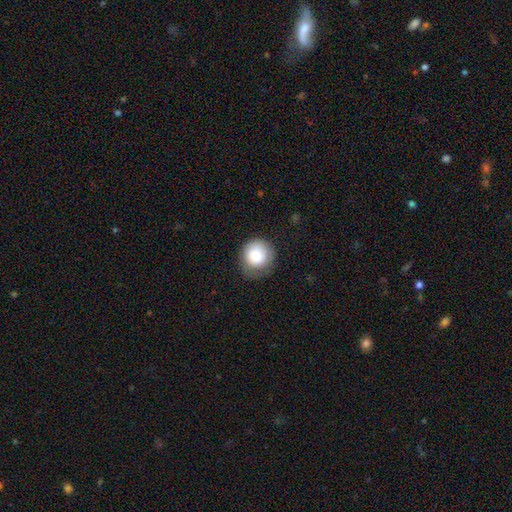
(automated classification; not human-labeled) The model was most divided on "merging": none: 65%, minor disturbance: 25%, major disturbance: 8%, merger: 1%. More confident: how rounded — round (89%); smooth or featured — smooth (83%).